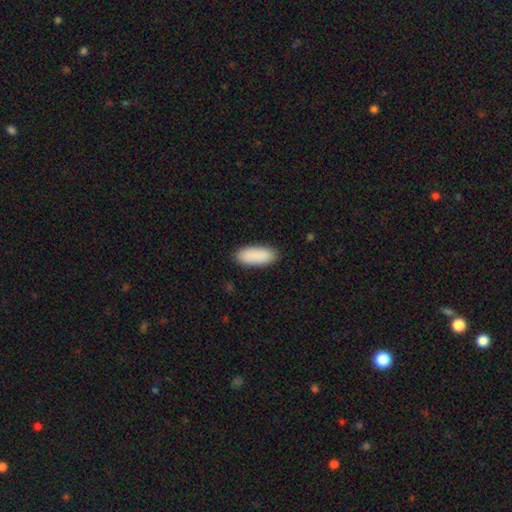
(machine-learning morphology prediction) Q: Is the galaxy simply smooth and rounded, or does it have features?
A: smooth — 91%.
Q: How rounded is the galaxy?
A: in between — 84%.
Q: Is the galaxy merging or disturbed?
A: none — 89%.